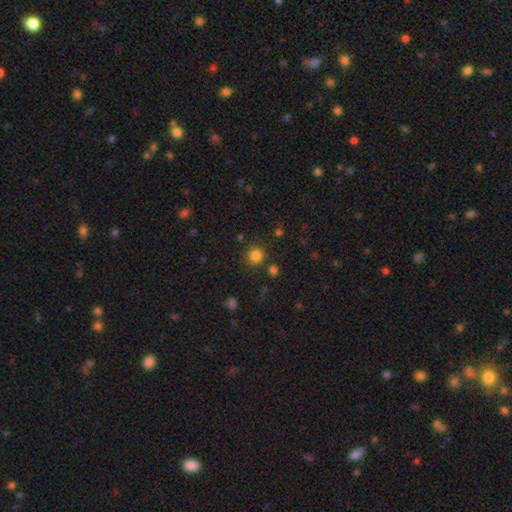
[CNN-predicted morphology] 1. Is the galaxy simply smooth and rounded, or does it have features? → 82% smooth, 14% star or artifact, 4% featured or disk.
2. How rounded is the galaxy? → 91% round, 8% in between, 1% cigar-shaped.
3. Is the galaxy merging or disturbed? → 85% none, 8% minor disturbance, 4% merger, 3% major disturbance.